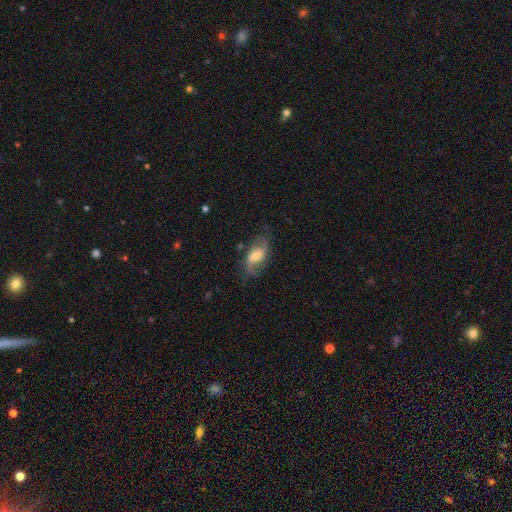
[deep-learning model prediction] This appears to be a featured or disk galaxy (70%) with a weak bar (46%), 2 (85%) loose (44%) spiral arms (91%) and a moderate central bulge (51%). Merging: none (73%).